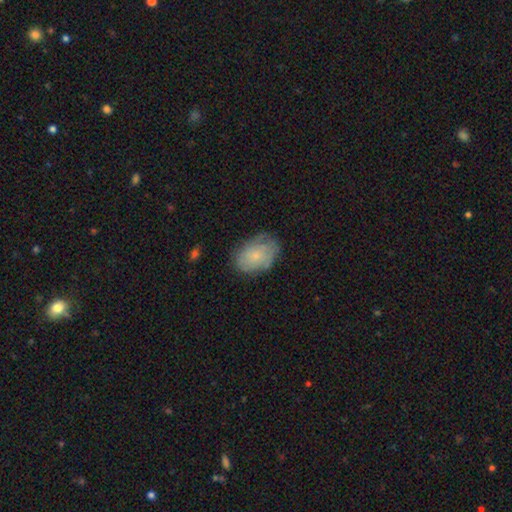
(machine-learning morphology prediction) Overall: smooth (61%; featured or disk 32%). How rounded: in between (82%). Merging: none (66%).